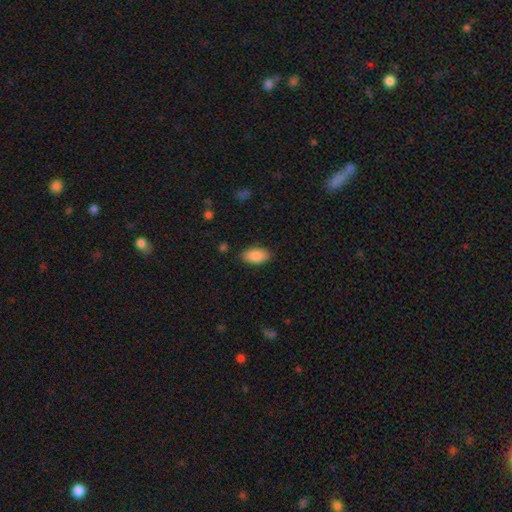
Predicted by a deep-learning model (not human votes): Smooth or featured? smooth (87%)
How rounded? in between (93%)
Merging? none (85%)